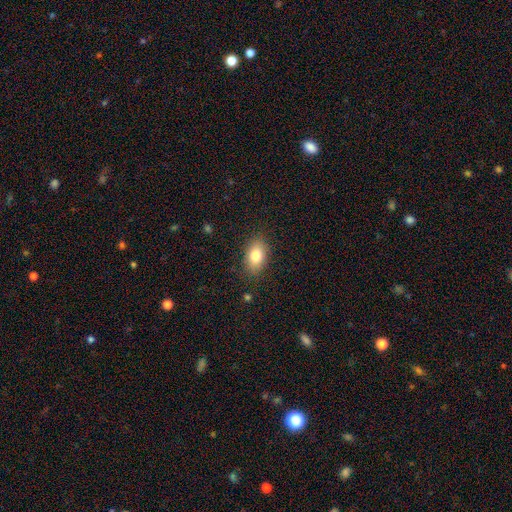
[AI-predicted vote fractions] Smooth or featured: smooth — 80% (featured or disk — 12%)
How rounded: in between — 88% (round — 9%)
Merging: none — 86% (minor disturbance — 11%)